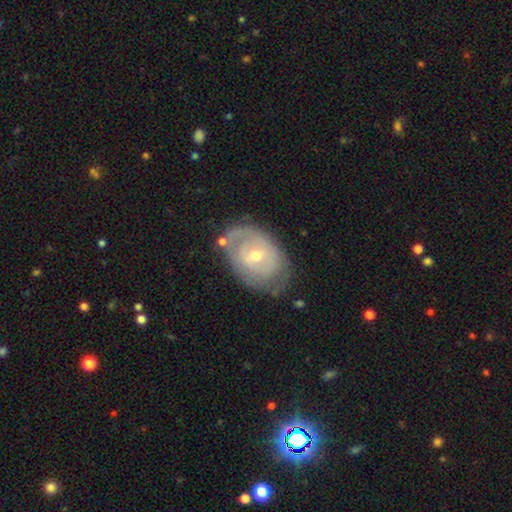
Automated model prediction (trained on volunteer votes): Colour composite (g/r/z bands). It shows a featured or disk galaxy (66%) with no bar (57%), spiral arms (61%) and a moderate central bulge (50%). Merging: none (58%).